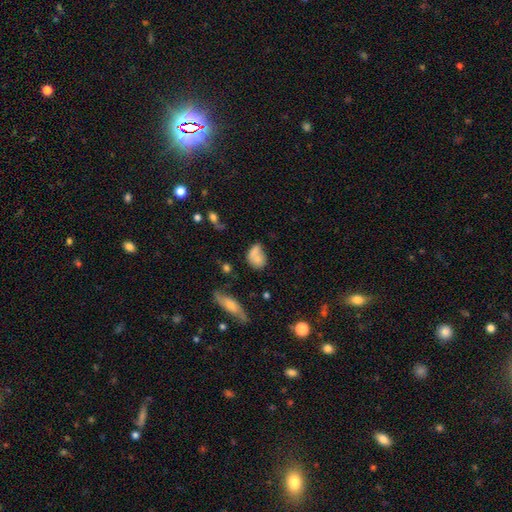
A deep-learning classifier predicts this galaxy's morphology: Smooth or featured? Predicted: smooth (p=0.71). How rounded? Predicted: in between (p=0.64). Merging? Predicted: none (p=0.39).